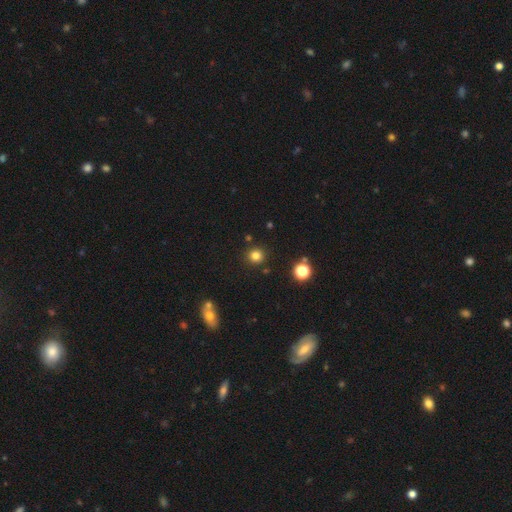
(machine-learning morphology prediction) Smooth or featured? smooth (80%)
How rounded? round (93%)
Merging? none (88%)